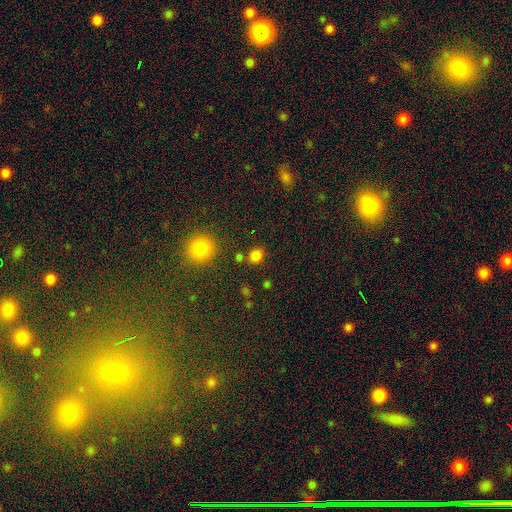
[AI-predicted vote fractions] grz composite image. It shows a smooth galaxy with no disk features (81%) that is round (75%). Merging: none (82%).